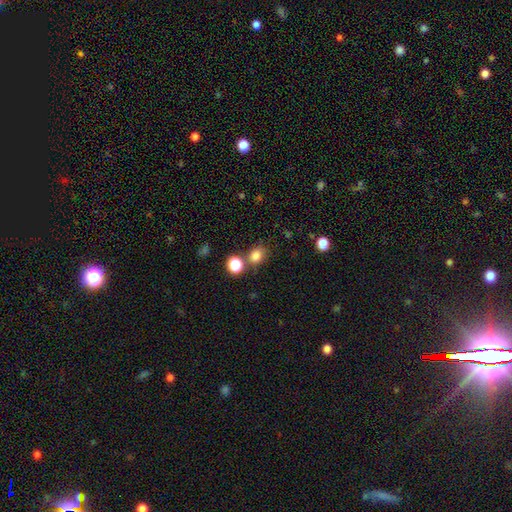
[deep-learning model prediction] Overall: smooth (81%). How rounded: round (59%; in between 40%). Merging: none (66%).